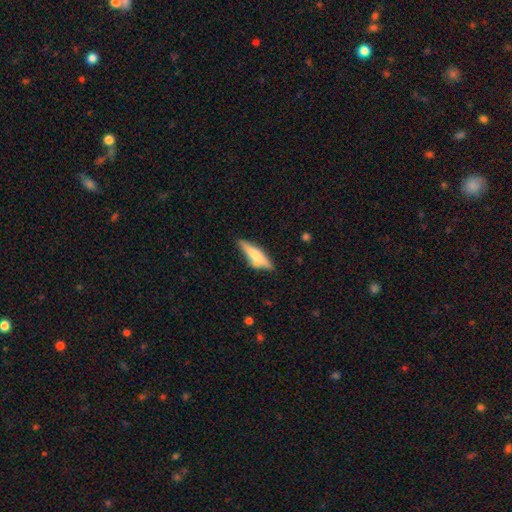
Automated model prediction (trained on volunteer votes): A smooth galaxy with no disk features (56%) that is cigar-shaped (71%).

Vote fractions:
- Smooth or featured? smooth: 56% / featured or disk: 38% / star or artifact: 6%
- How rounded? cigar-shaped: 71% / in between: 27% / round: 2%
- Merging? none: 66% / minor disturbance: 20% / merger: 8% / major disturbance: 6%